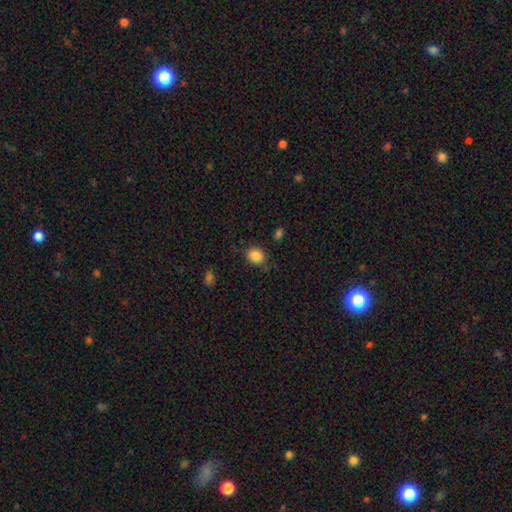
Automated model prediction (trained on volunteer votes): smooth-or-featured: smooth: 86% | star or artifact: 9% | featured or disk: 4%
  how-rounded: round: 50% | in between: 49% | cigar-shaped: 1%
  merging: none: 78% | minor disturbance: 15% | major disturbance: 4% | merger: 2%